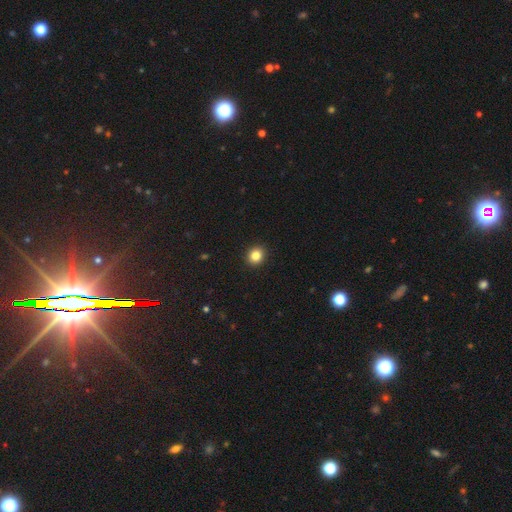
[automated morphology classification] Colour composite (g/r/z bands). It shows a smooth galaxy with no disk features (85%) that is round (81%). Merging: none (93%).